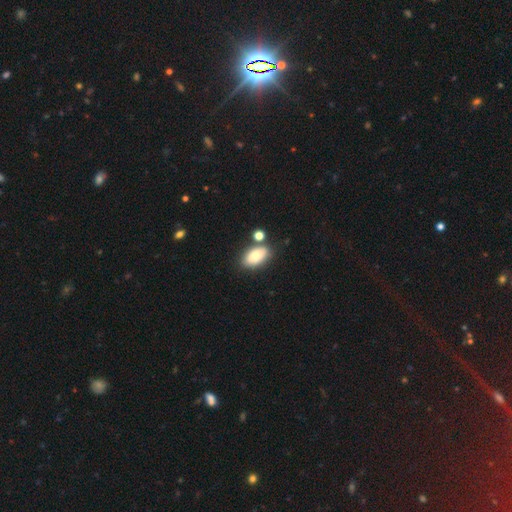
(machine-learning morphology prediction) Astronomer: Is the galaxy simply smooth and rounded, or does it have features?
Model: smooth — 83%.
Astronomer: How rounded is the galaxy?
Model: in between — 92%.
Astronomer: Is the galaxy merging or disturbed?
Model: none — 69%.